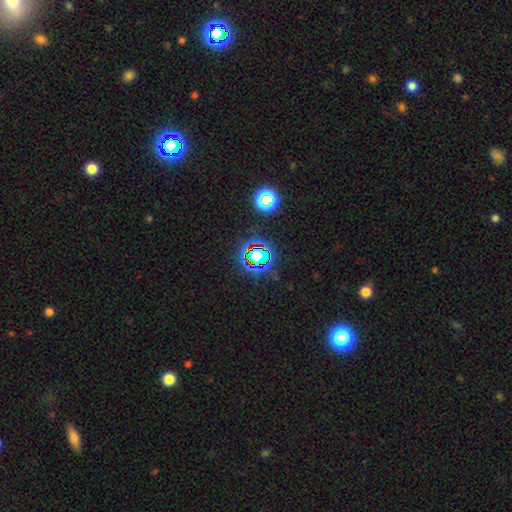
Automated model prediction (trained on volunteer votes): Smooth or featured? star or artifact (70%)